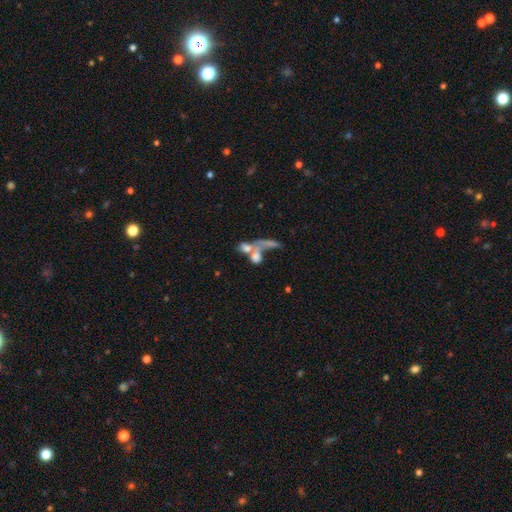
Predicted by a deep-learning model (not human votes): Smooth or featured? Predicted: smooth (p=0.56). How rounded? Predicted: in between (p=0.61). Merging? Predicted: merger (p=0.59).